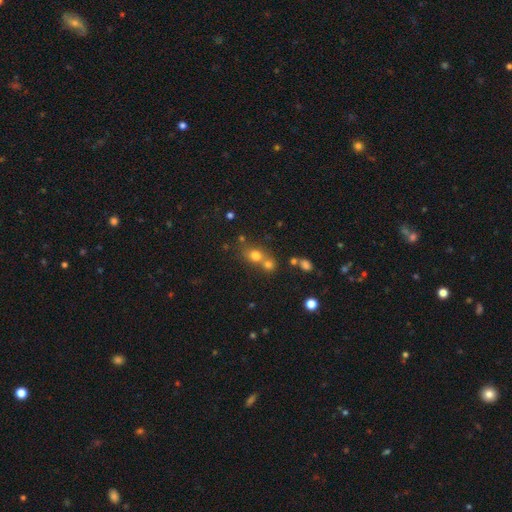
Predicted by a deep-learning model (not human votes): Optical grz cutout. It shows a smooth galaxy with no disk features (73%) that is round (71%). Merging: merger (46%).